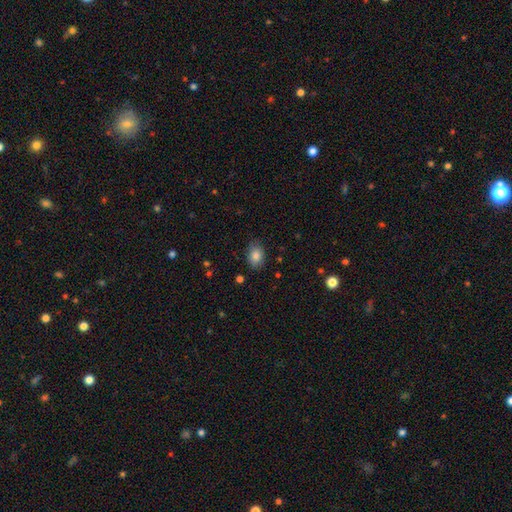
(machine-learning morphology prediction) Smooth or featured? smooth (85%)
How rounded? in between (77%)
Merging? none (80%)